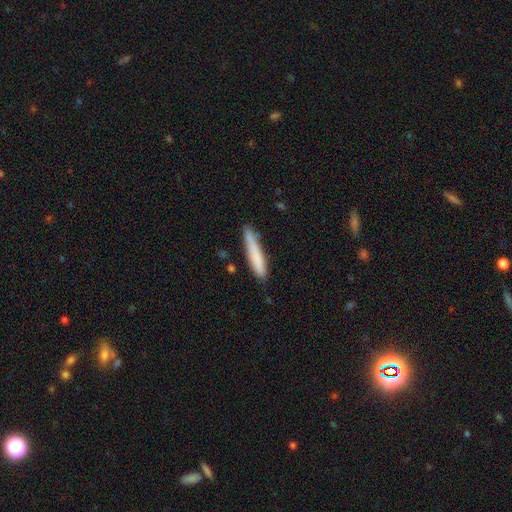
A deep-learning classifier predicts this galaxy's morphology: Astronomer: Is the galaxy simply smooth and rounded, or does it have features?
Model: smooth — 77%.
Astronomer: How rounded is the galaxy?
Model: cigar-shaped — 93%.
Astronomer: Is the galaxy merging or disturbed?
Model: none — 77%.